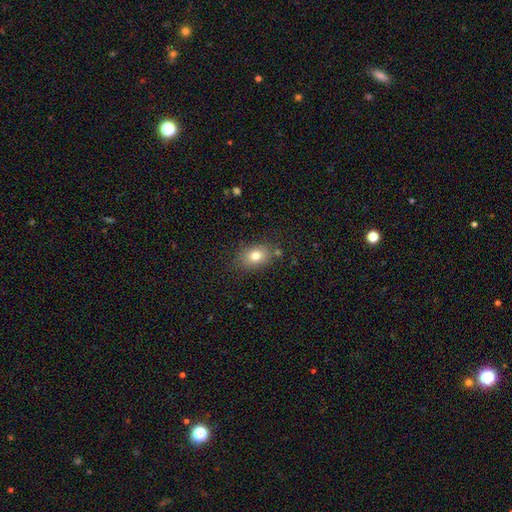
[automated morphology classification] Smooth or featured?
  - smooth: 78% *
  - star or artifact: 11%
  - featured or disk: 11%
How rounded?
  - in between: 71% *
  - round: 28%
  - cigar-shaped: 1%
Merging?
  - none: 79% *
  - minor disturbance: 14%
  - major disturbance: 4%
  - merger: 3%